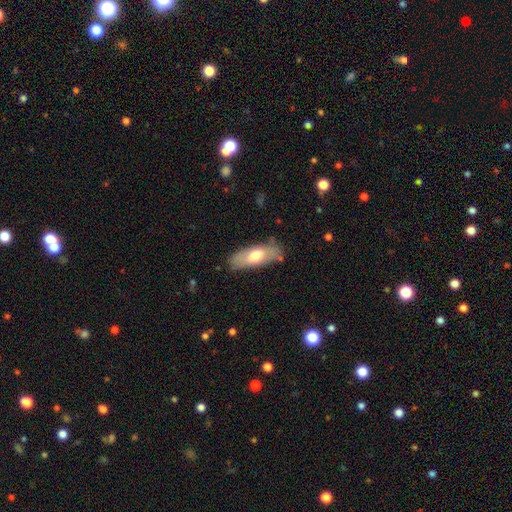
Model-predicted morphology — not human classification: A smooth galaxy with no disk features (63%) that is in between round and cigar-shaped (70%).

Vote fractions:
- Smooth or featured? smooth: 63% / featured or disk: 31% / star or artifact: 6%
- How rounded? in between: 70% / cigar-shaped: 28% / round: 2%
- Merging? none: 77% / minor disturbance: 17% / major disturbance: 4% / merger: 3%